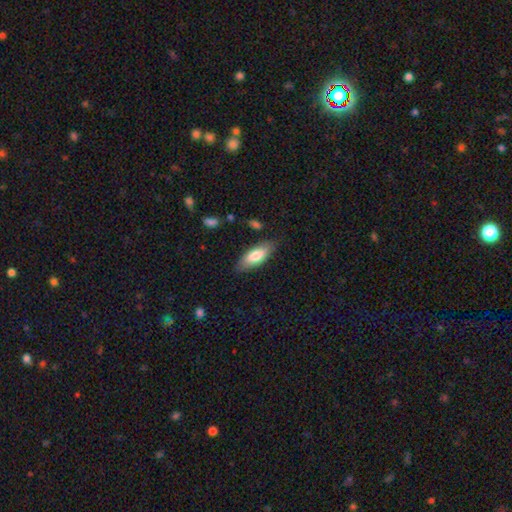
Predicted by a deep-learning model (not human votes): A smooth galaxy with no disk features (77%) that is in between round and cigar-shaped (75%).

Vote fractions:
- Smooth or featured? smooth: 77% / featured or disk: 17% / star or artifact: 6%
- How rounded? in between: 75% / cigar-shaped: 24% / round: 2%
- Merging? none: 82% / minor disturbance: 14% / major disturbance: 3% / merger: 2%